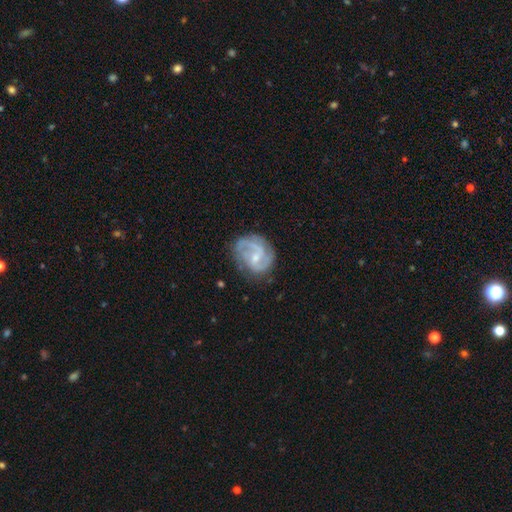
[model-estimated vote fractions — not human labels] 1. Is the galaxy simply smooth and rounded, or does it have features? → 83% featured or disk, 11% smooth, 5% star or artifact.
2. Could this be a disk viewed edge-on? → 98% no, 2% yes.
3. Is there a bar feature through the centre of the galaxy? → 55% weak, 30% no, 14% strong.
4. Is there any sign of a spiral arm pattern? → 95% yes, 5% no.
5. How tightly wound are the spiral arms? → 52% medium, 25% tight, 23% loose.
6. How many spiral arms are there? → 76% 2, 9% can't tell, 7% 3, 4% 1, 2% 4, 2% more than 4.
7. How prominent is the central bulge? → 55% small, 36% moderate, 6% none, 2% large, 1% dominant.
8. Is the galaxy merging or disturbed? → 69% none, 20% minor disturbance, 9% major disturbance, 2% merger.